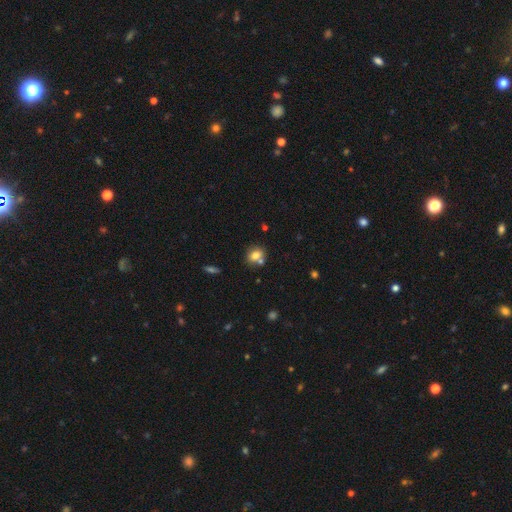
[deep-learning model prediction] Smooth or featured? smooth (75%)
How rounded? round (61%)
Merging? none (61%)